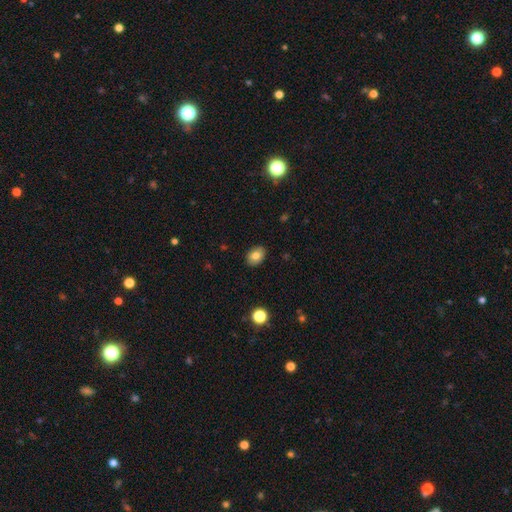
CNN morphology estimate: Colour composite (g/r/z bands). It shows a smooth galaxy with no disk features (80%) that is in between round and cigar-shaped (72%). Merging: none (88%).